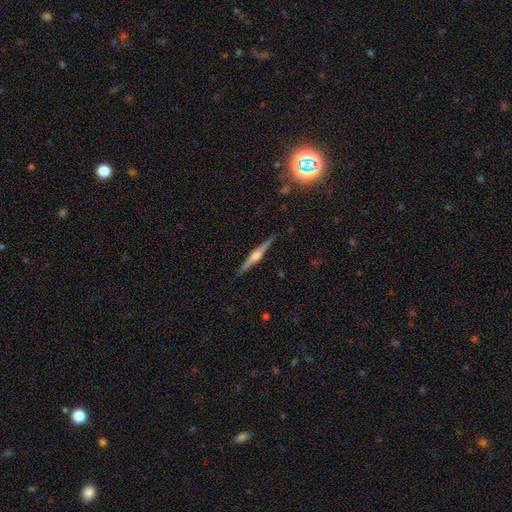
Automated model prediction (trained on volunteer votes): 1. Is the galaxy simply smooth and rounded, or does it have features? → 78% featured or disk, 16% smooth, 6% star or artifact.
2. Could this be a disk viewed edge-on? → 98% yes, 2% no.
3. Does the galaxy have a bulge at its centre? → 90% rounded, 6% boxy, 4% none.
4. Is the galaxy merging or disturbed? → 89% none, 8% minor disturbance, 1% major disturbance, 1% merger.